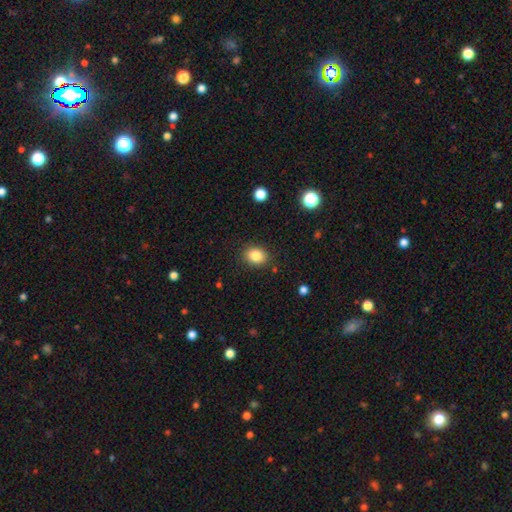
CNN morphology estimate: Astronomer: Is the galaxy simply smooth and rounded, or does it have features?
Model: smooth — 85%.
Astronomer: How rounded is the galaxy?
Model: in between — 54% (runner-up: round, 45%).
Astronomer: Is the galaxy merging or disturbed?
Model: none — 86%.